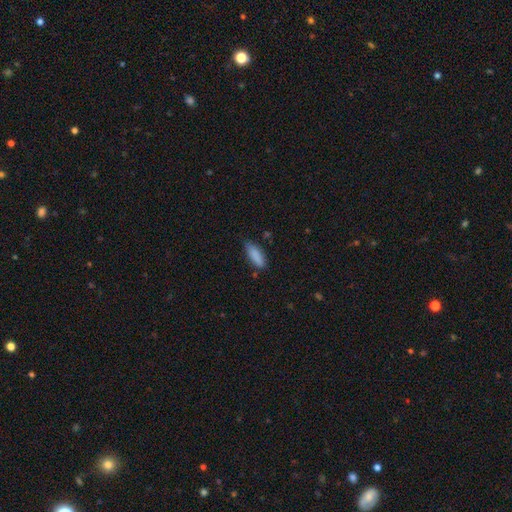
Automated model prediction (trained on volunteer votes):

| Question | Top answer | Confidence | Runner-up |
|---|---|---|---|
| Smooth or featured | smooth | 88% | star or artifact (7%) |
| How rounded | in between | 60% | cigar-shaped (38%) |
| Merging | none | 74% | minor disturbance (20%) |